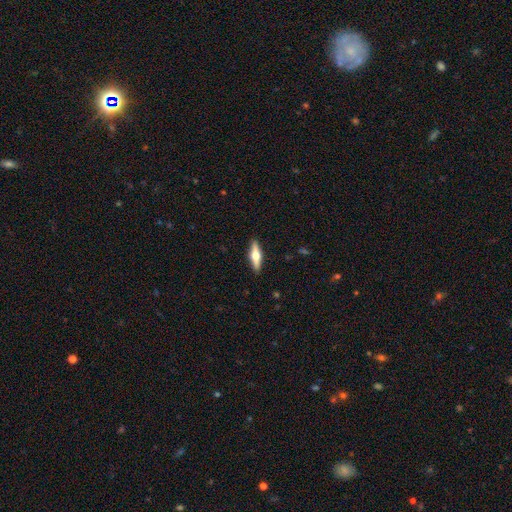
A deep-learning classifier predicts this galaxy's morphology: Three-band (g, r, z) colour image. It shows a featured or disk galaxy (54%) viewed edge-on (94%) with a rounded central bulge (94%). Merging: none (90%).